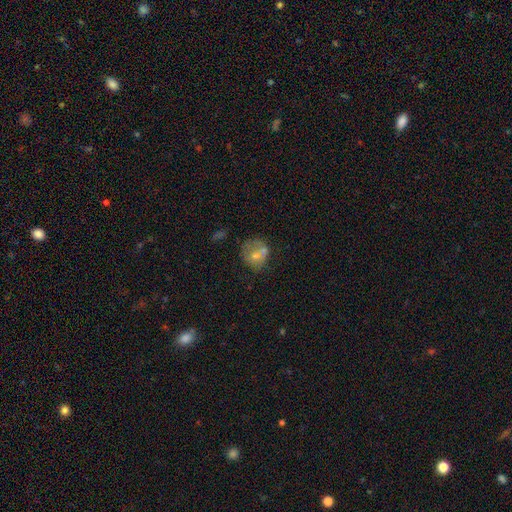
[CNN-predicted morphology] A smooth galaxy with no disk features (52%) that is round (69%). Merging: none (41%).